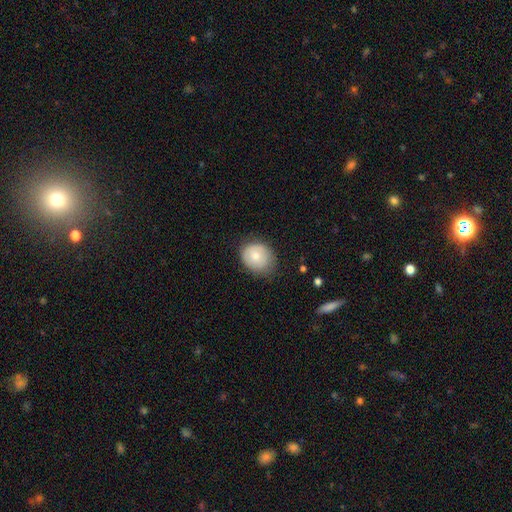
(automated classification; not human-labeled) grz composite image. It shows a smooth galaxy with no disk features (75%) that is round (63%). Merging: none (69%).